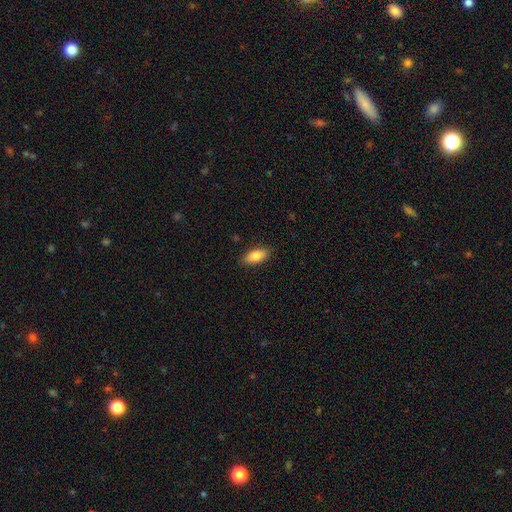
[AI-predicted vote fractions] Q: Smooth or featured?
A: smooth (85%); runner-up: featured or disk (8%)
Q: How rounded?
A: in between (86%); runner-up: cigar-shaped (11%)
Q: Merging?
A: none (87%); runner-up: minor disturbance (9%)